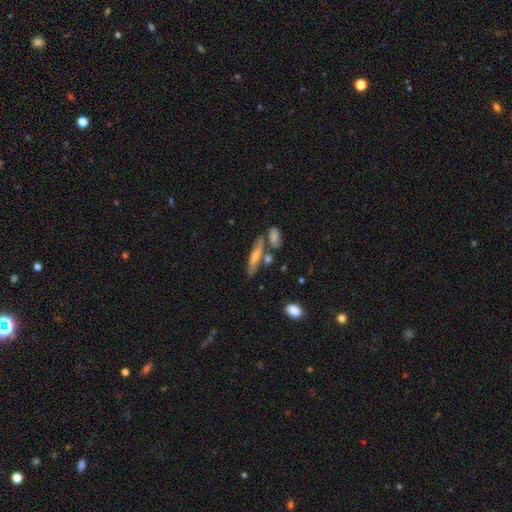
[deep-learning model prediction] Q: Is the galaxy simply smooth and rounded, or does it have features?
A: featured or disk — 46%.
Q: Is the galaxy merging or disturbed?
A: none — 60%.